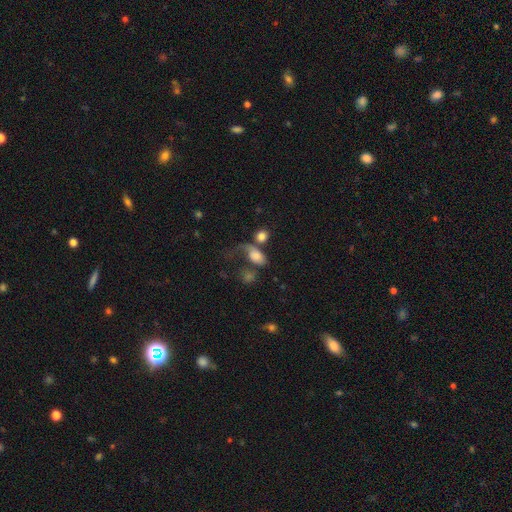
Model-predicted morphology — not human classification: type=smooth (66%); roundness=in between (80%); merging=major disturbance (32%).